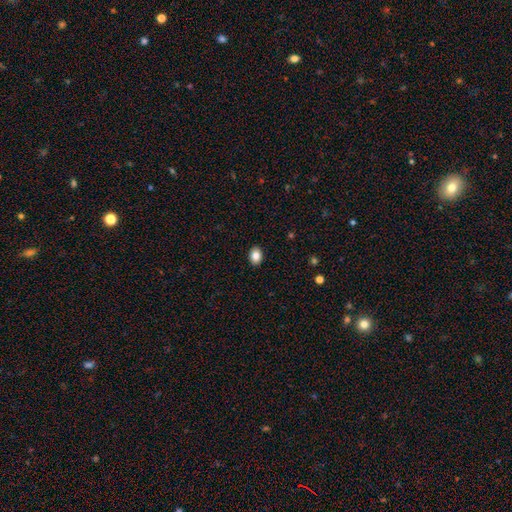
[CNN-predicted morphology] The model was most divided on "how rounded": in between: 72%, round: 27%, cigar-shaped: 1%. More confident: merging — none (90%); smooth or featured — smooth (85%).